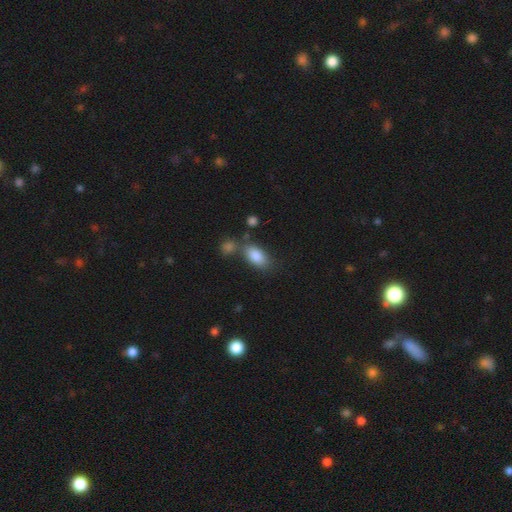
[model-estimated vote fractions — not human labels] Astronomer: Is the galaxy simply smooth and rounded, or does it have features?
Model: smooth — 85%.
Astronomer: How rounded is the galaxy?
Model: in between — 90%.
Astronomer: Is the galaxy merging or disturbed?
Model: none — 61%.